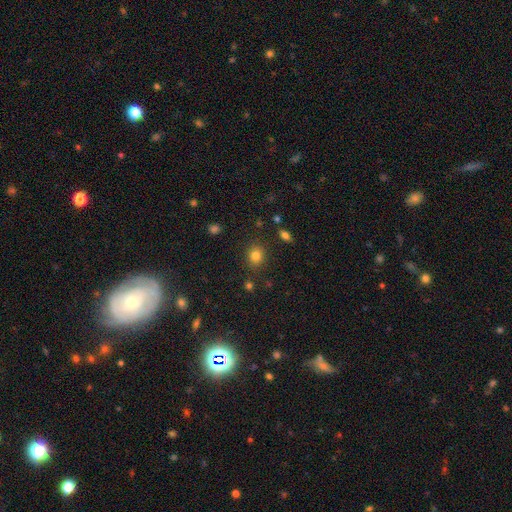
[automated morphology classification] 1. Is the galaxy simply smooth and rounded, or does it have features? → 82% smooth, 12% star or artifact, 6% featured or disk.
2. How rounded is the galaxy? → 73% round, 26% in between, 1% cigar-shaped.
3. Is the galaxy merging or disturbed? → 86% none, 9% minor disturbance, 3% major disturbance, 2% merger.